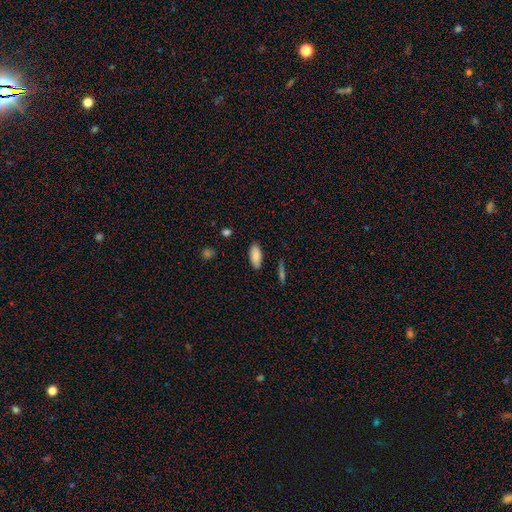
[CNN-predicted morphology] This appears to be a smooth galaxy with no disk features (87%) that is in between round and cigar-shaped (87%). Merging: none (86%).